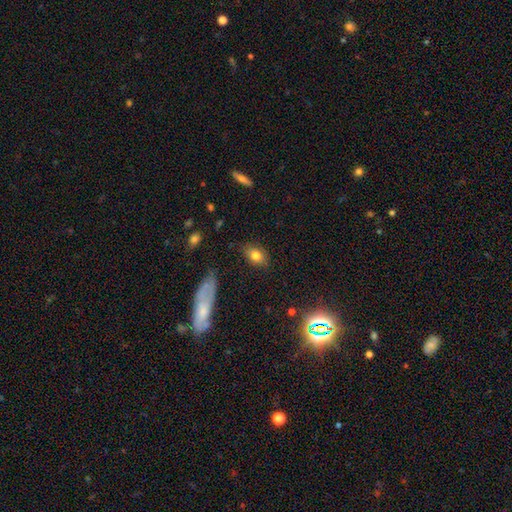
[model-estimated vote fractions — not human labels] smooth_or_featured: smooth (p=0.80) [alt: featured or disk p=0.11]
how_rounded: in between (p=0.81) [alt: round p=0.16]
merging: none (p=0.82) [alt: minor disturbance p=0.13]